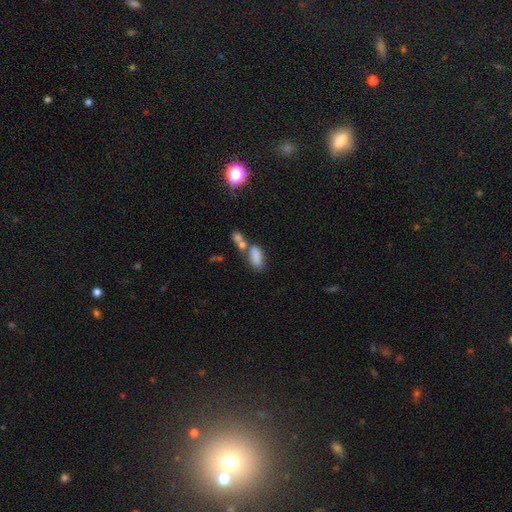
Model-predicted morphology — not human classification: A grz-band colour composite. It shows a smooth galaxy with no disk features (79%) that is in between round and cigar-shaped (82%). Merging: none (38%).